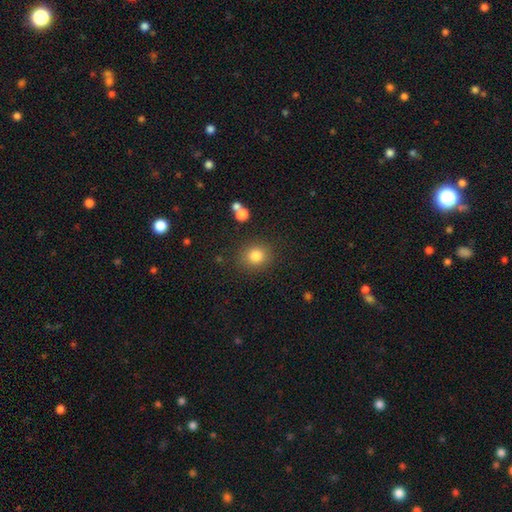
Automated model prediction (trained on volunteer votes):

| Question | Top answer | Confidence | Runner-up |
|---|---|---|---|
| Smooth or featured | smooth | 83% | star or artifact (11%) |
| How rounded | round | 79% | in between (20%) |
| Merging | none | 85% | minor disturbance (9%) |